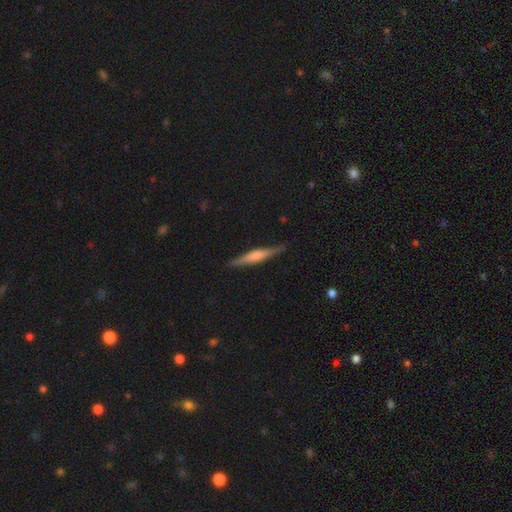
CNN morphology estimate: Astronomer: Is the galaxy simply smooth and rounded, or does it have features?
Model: featured or disk — 52% (runner-up: smooth, 43%).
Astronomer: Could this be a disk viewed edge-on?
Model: yes — 97%.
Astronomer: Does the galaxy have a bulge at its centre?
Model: rounded — 48% (runner-up: boxy, 31%).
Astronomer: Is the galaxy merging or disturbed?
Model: none — 88%.